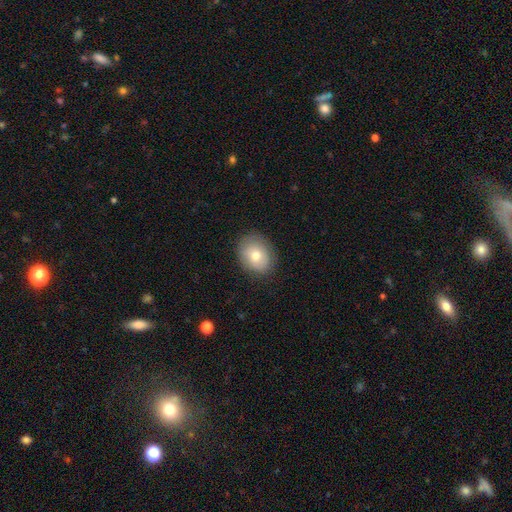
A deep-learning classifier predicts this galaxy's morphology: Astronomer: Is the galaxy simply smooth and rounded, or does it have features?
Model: smooth — 75%.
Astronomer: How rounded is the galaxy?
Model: round — 51% (runner-up: in between, 48%).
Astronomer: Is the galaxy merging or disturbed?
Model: none — 84%.